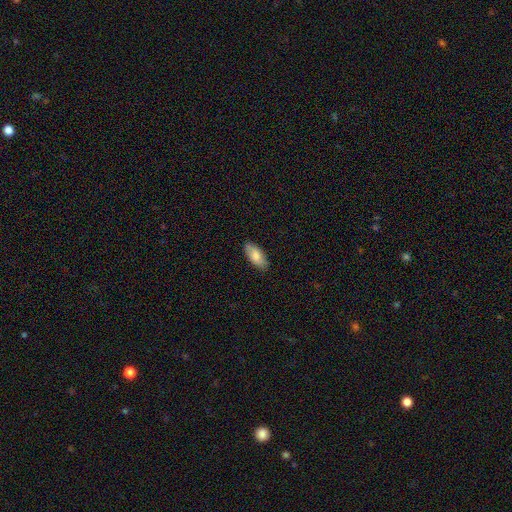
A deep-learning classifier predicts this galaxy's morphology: Smooth or featured: smooth — 81% (featured or disk — 13%)
How rounded: in between — 86% (cigar-shaped — 12%)
Merging: none — 87% (minor disturbance — 10%)